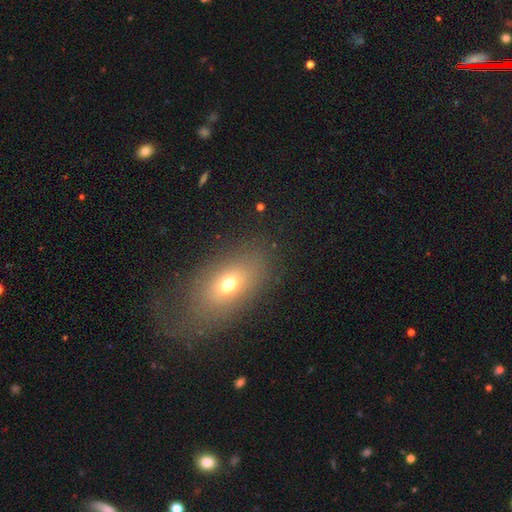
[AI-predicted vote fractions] Smooth or featured? Predicted: smooth (p=0.61). How rounded? Predicted: in between (p=0.80). Merging? Predicted: none (p=0.62).